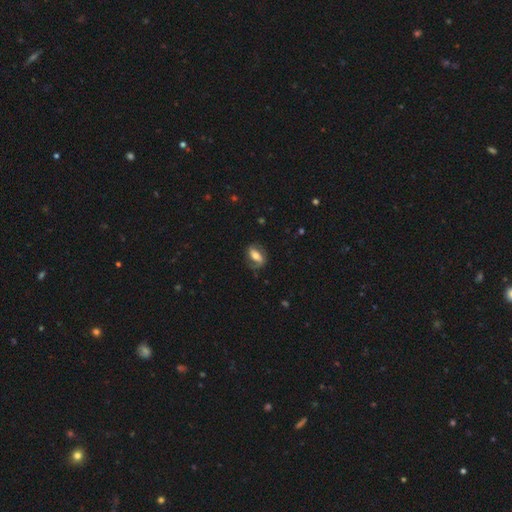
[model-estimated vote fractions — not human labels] A featured or disk galaxy (56%). Merging: none (69%).